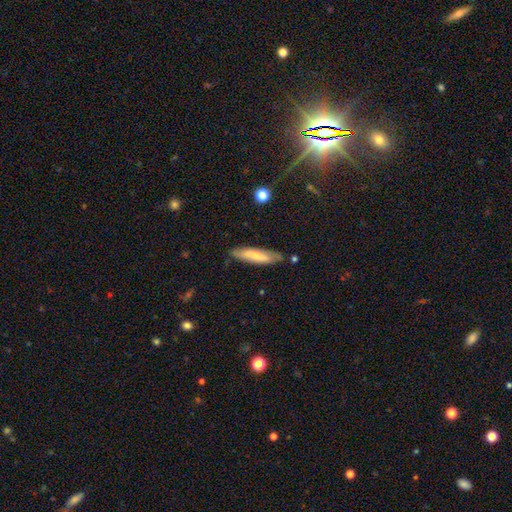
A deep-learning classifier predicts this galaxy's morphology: Overall: smooth (68%). How rounded: cigar-shaped (79%). Merging: none (78%).